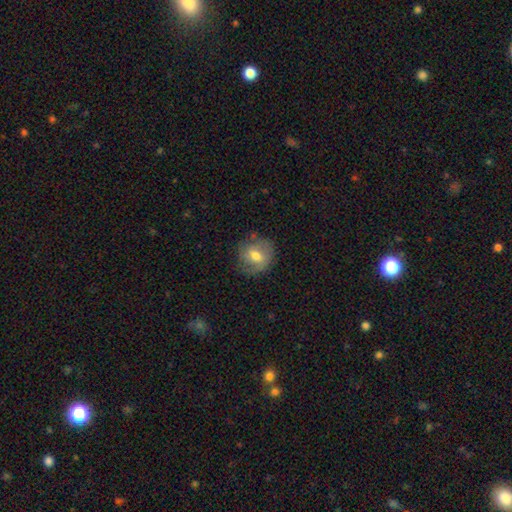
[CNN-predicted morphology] A smooth galaxy with no disk features (56%) that is round (78%). Merging: none (70%).